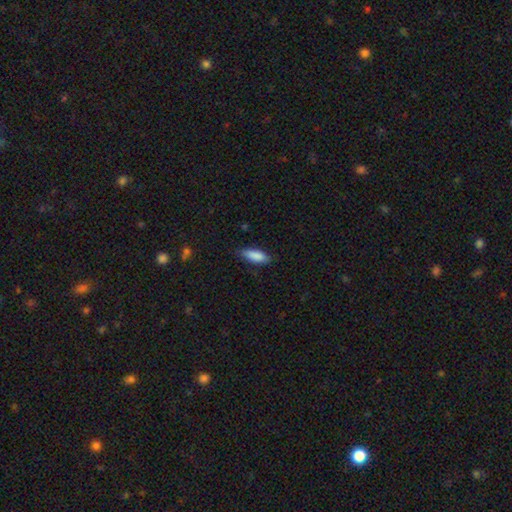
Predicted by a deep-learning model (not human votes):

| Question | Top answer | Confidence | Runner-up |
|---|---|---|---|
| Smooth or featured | smooth | 87% | featured or disk (7%) |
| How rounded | in between | 64% | cigar-shaped (34%) |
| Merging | none | 81% | minor disturbance (15%) |